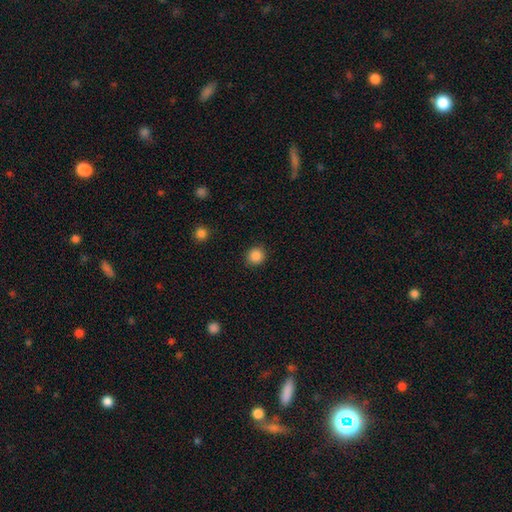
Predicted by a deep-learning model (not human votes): Smooth or featured: smooth — 87% (star or artifact — 10%)
How rounded: round — 90% (in between — 9%)
Merging: none — 90% (minor disturbance — 7%)